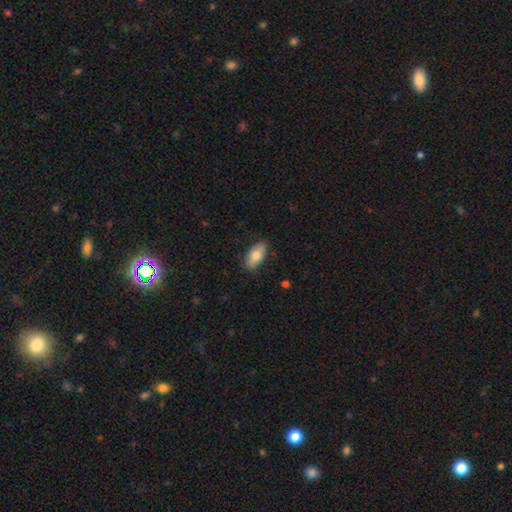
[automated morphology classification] This appears to be a smooth galaxy with no disk features (76%) that is in between round and cigar-shaped (91%). Merging: none (84%).